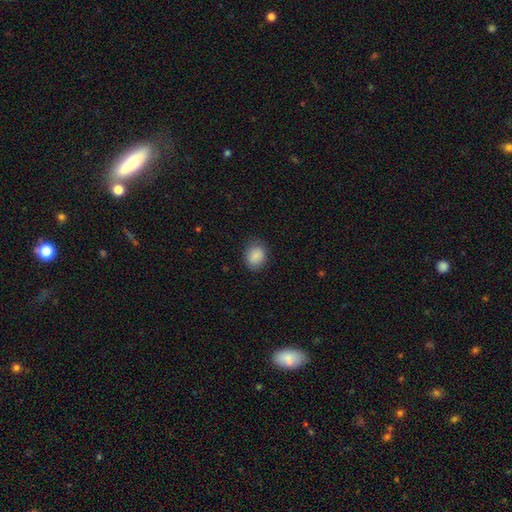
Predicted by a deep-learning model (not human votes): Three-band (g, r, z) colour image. It shows a smooth galaxy with no disk features (88%) that is round (57%). Merging: none (83%).